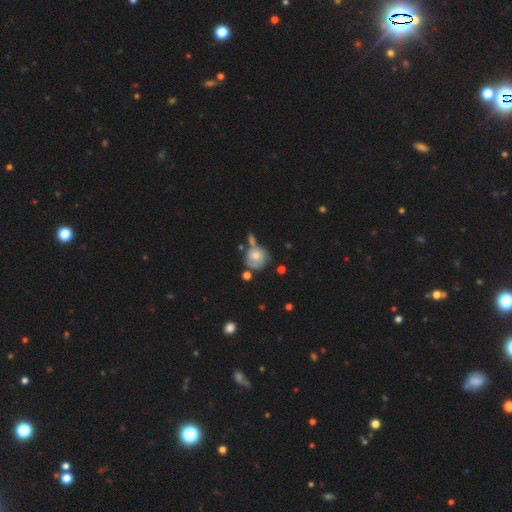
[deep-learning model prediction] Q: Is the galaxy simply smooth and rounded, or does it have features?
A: smooth — 61%.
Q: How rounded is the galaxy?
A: round — 77%.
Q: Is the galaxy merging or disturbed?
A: none — 37%.